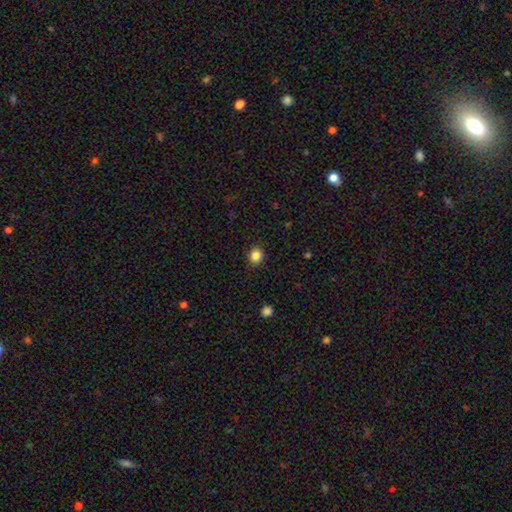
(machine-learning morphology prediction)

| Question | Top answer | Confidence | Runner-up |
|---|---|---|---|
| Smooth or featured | smooth | 85% | star or artifact (11%) |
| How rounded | round | 74% | in between (25%) |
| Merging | none | 91% | minor disturbance (6%) |